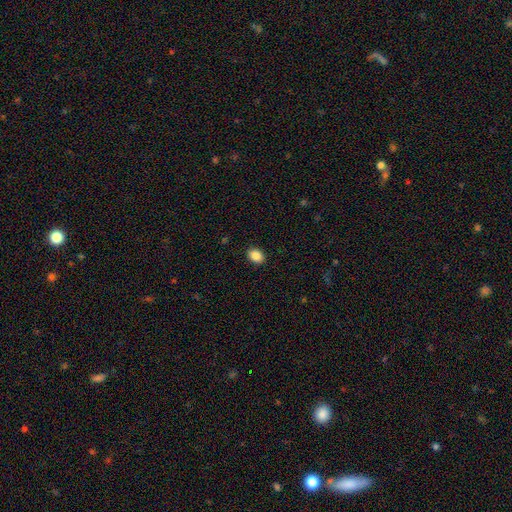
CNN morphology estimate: Smooth or featured? Predicted: smooth (p=0.87). How rounded? Predicted: in between (p=0.71). Merging? Predicted: none (p=0.90).